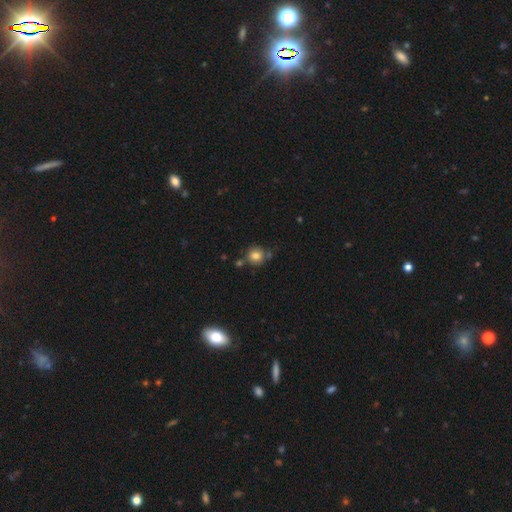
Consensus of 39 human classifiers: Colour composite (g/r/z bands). It shows a smooth galaxy with no disk features (85%) that is round (97%). Merging: none (72%).